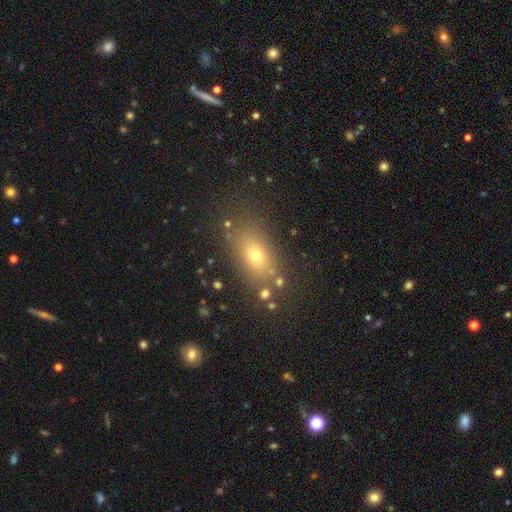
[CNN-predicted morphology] smooth_or_featured: smooth (p=0.69) [alt: star or artifact p=0.16]
how_rounded: in between (p=0.77) [alt: round p=0.18]
merging: none (p=0.77) [alt: minor disturbance p=0.12]